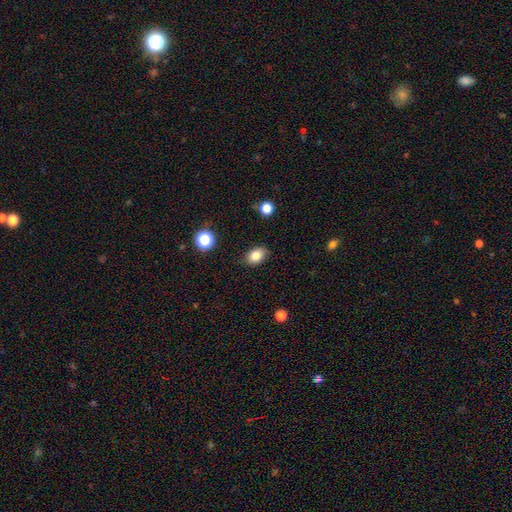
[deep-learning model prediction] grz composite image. It shows a smooth galaxy with no disk features (85%) that is in between round and cigar-shaped (77%). Merging: none (84%).